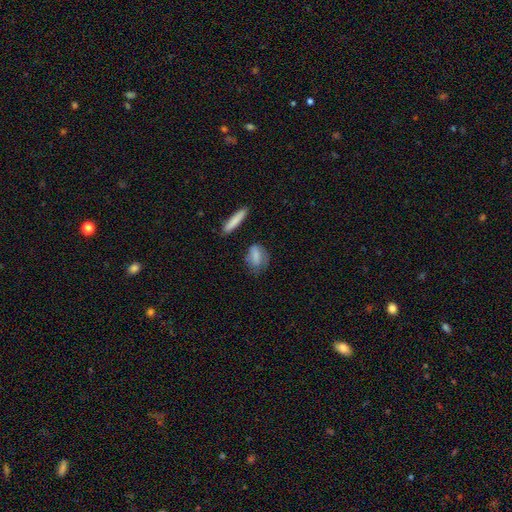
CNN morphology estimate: smooth-or-featured: smooth: 75% | featured or disk: 17% | star or artifact: 7%
  how-rounded: in between: 69% | round: 16% | cigar-shaped: 15%
  merging: none: 58% | minor disturbance: 26% | major disturbance: 11% | merger: 4%